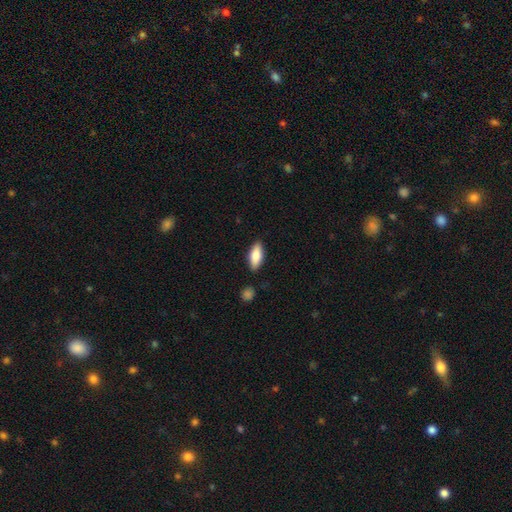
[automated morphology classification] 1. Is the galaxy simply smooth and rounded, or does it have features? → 82% smooth, 12% featured or disk, 6% star or artifact.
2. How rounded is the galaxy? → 79% in between, 19% cigar-shaped, 2% round.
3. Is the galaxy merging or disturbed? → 85% none, 10% minor disturbance, 2% merger, 2% major disturbance.